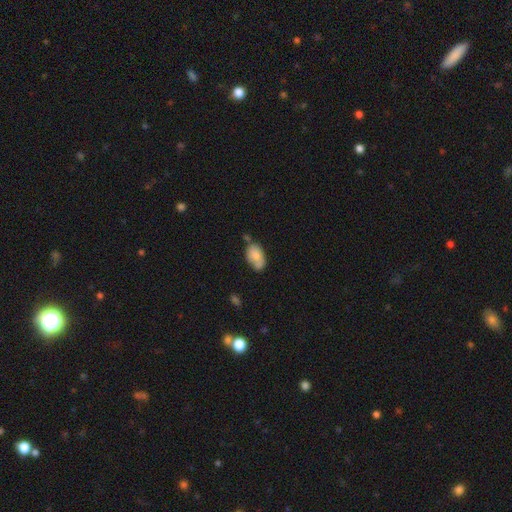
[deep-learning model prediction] Morphology: type=smooth (74%); roundness=in between (88%); merging=none (44%).